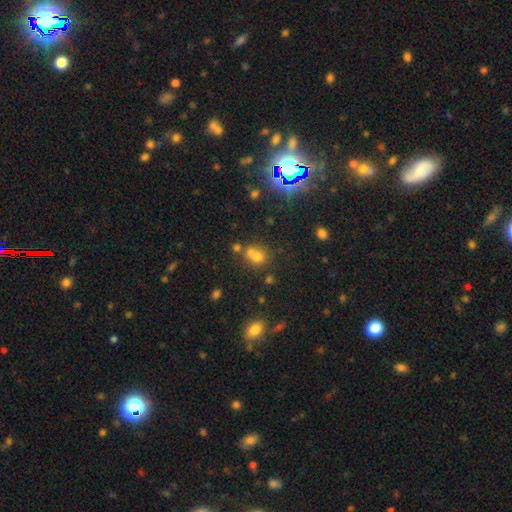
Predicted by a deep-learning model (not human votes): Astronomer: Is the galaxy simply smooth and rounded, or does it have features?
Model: smooth — 59%.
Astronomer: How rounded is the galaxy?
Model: round — 65%.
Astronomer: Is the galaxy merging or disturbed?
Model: merger — 51% (runner-up: none, 36%).